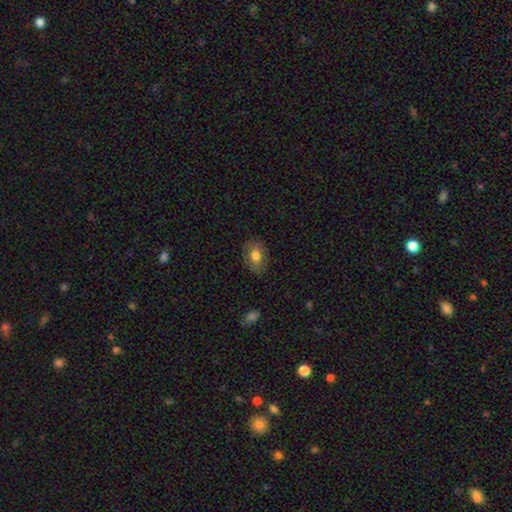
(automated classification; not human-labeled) smooth 71%, featured or disk 21%, star or artifact 8%. Down the decision tree: how rounded — in between (75%); merging — none (78%).